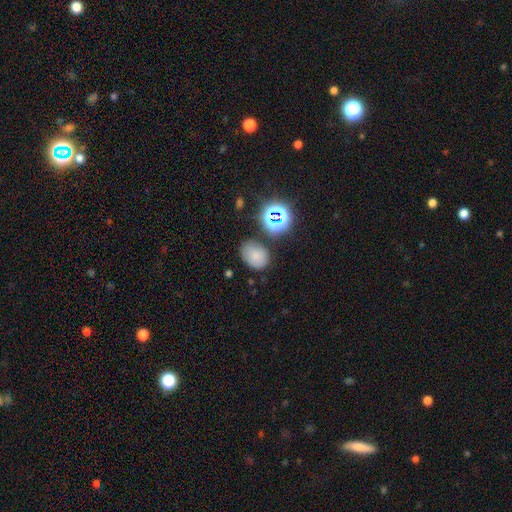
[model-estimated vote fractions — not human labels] smooth-or-featured: smooth: 72% | star or artifact: 19% | featured or disk: 10%
  how-rounded: in between: 64% | round: 35% | cigar-shaped: 1%
  merging: none: 71% | minor disturbance: 18% | merger: 6% | major disturbance: 6%